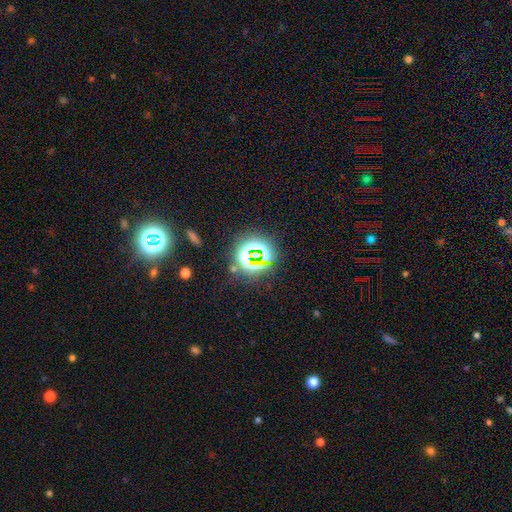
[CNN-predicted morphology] Smooth or featured: star or artifact — 73% (smooth — 18%)